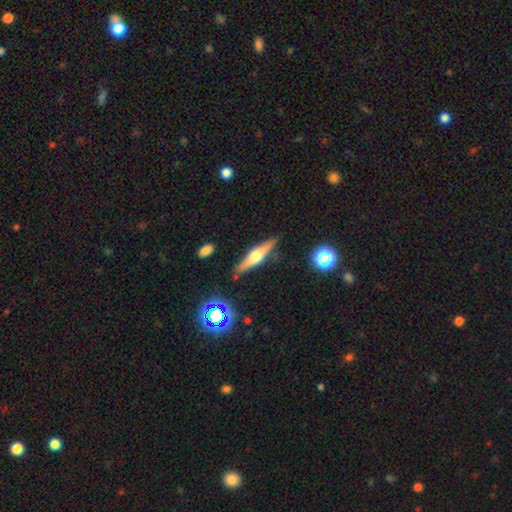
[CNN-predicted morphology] This appears to be a featured or disk galaxy (61%) viewed edge-on (95%) with a rounded central bulge (91%). Merging: none (85%).